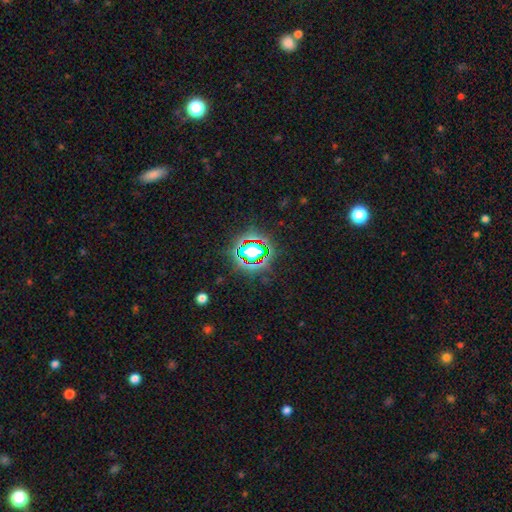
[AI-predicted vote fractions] Overall: star or artifact (73%).